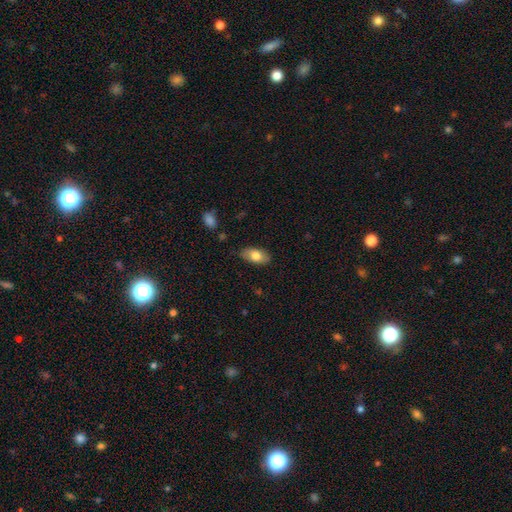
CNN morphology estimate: A smooth galaxy with no disk features (79%) that is in between round and cigar-shaped (92%).

Vote fractions:
- Smooth or featured? smooth: 79% / featured or disk: 15% / star or artifact: 6%
- How rounded? in between: 92% / round: 4% / cigar-shaped: 3%
- Merging? none: 83% / minor disturbance: 13% / major disturbance: 3% / merger: 1%